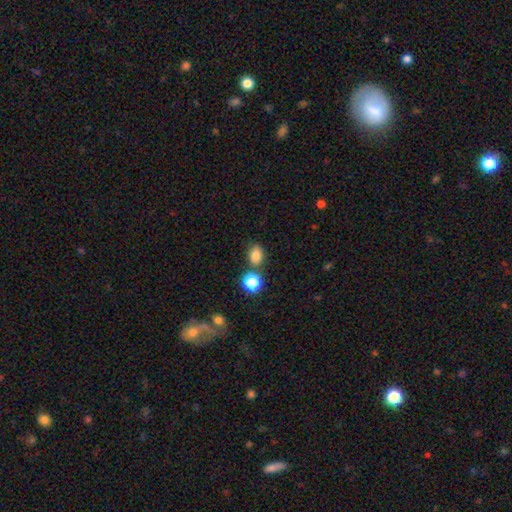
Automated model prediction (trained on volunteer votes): Smooth or featured: smooth — 81% (star or artifact — 13%)
How rounded: in between — 62% (round — 37%)
Merging: none — 72% (merger — 13%)